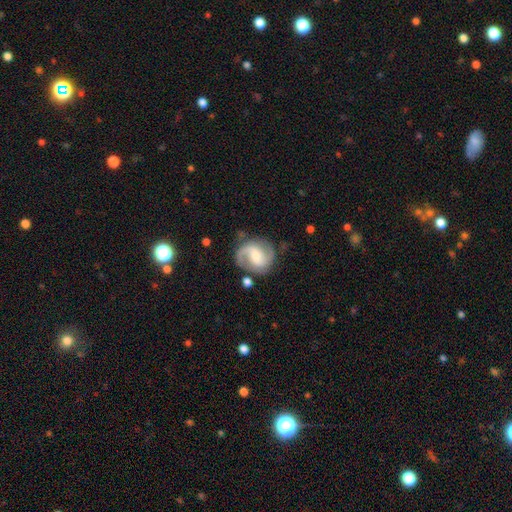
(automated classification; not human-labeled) The model was most divided on "bulge size": small: 46%, moderate: 41%, large: 6%, none: 6%, dominant: 1%. Remaining: edge-on disk — no (98%); spiral arms — yes (96%); spiral arm count — 2 (86%); smooth or featured — featured or disk (82%); merging — none (73%); spiral winding — medium (53%); bar — weak (50%).